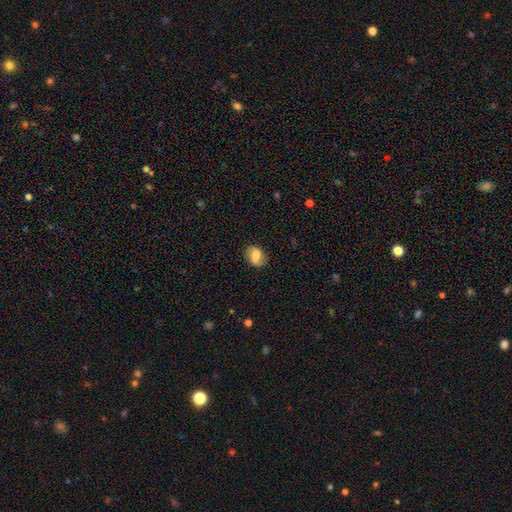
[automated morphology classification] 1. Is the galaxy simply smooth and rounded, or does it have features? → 62% smooth, 29% featured or disk, 9% star or artifact.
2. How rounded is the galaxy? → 64% in between, 34% round, 2% cigar-shaped.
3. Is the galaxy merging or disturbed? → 80% none, 14% minor disturbance, 4% major disturbance, 1% merger.